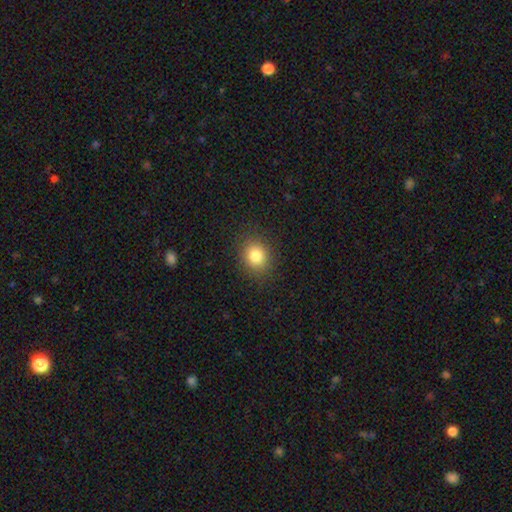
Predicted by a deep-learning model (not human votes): This is clearly a smooth galaxy (82%). How rounded: likely round (65%). Merging: clearly none (88%).